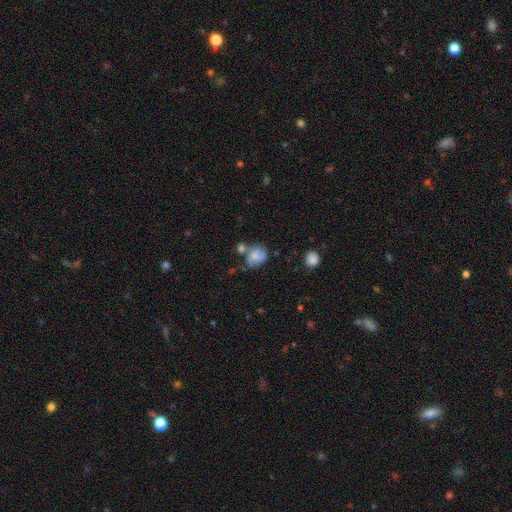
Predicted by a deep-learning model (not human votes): A smooth galaxy with no disk features (74%) that is round (57%).

Vote fractions:
- Smooth or featured? smooth: 74% / featured or disk: 17% / star or artifact: 9%
- How rounded? round: 57% / in between: 42% / cigar-shaped: 1%
- Merging? none: 43% / merger: 25% / minor disturbance: 23% / major disturbance: 9%